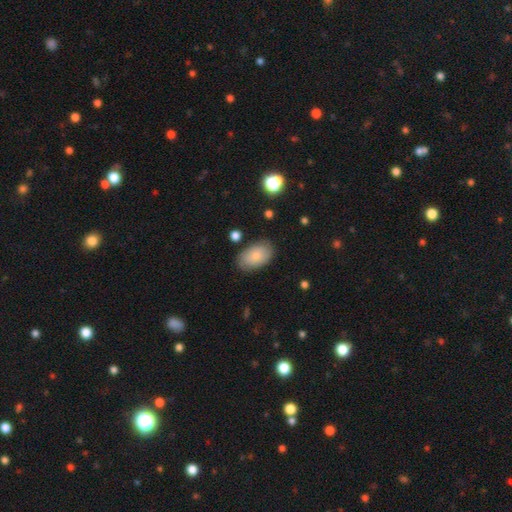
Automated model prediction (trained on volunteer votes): This appears to be a smooth galaxy with no disk features (77%) that is in between round and cigar-shaped (91%). Merging: none (80%).